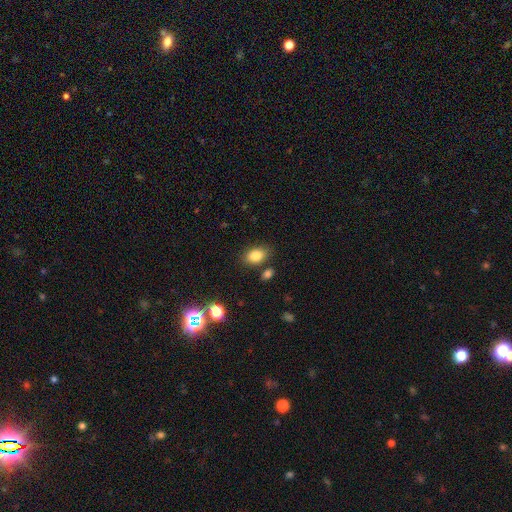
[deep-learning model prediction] Overall: smooth (83%). How rounded: in between (82%). Merging: none (78%).